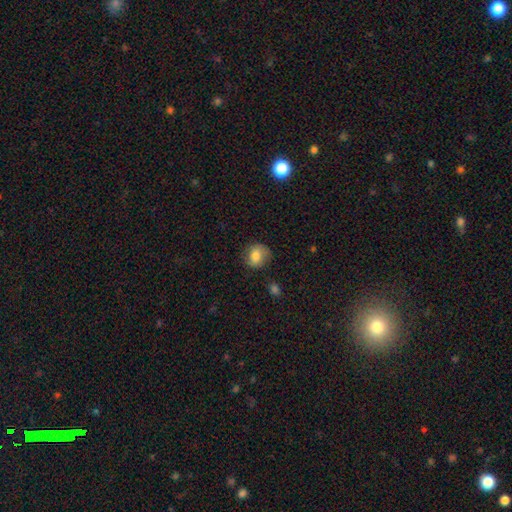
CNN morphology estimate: Smooth or featured: smooth — 74% (featured or disk — 17%)
How rounded: round — 73% (in between — 26%)
Merging: none — 77% (minor disturbance — 17%)